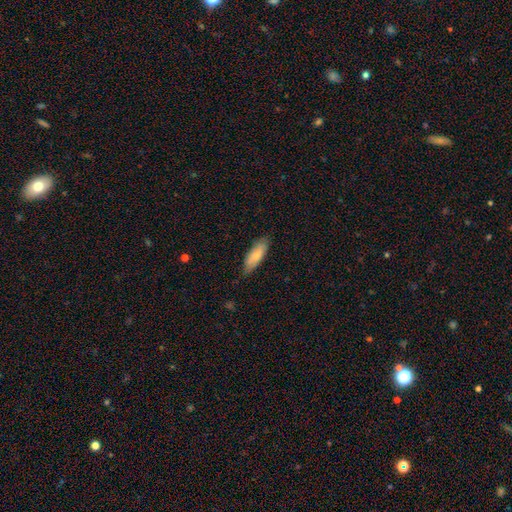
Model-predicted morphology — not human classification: This appears to be a smooth galaxy with no disk features (74%) that is in between round and cigar-shaped (63%). Merging: none (81%).